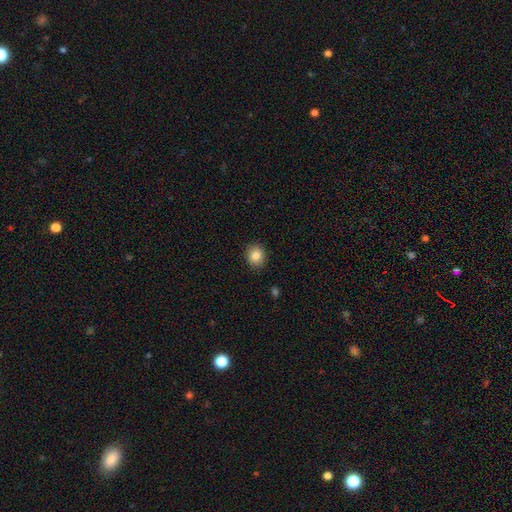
This appears to be a smooth galaxy with no disk features (89%) that is round (65%). Merging: none (83%).